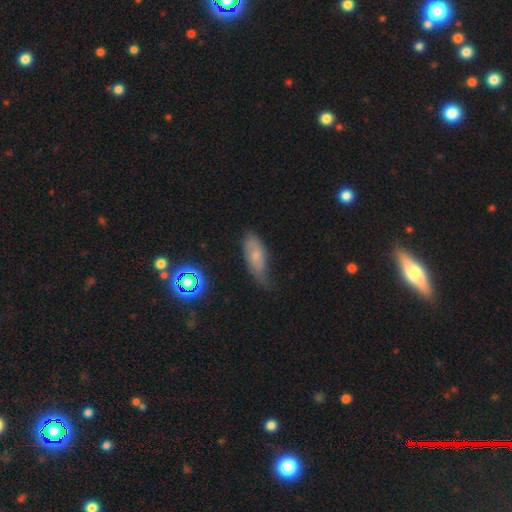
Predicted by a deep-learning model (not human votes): A smooth galaxy with no disk features (56%) that is in between round and cigar-shaped (77%). Merging: minor disturbance (41%).